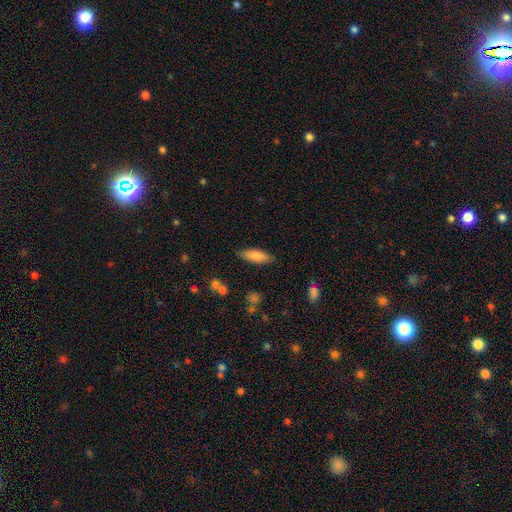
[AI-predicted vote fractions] This appears to be a smooth galaxy with no disk features (83%) that is in between round and cigar-shaped (65%). Merging: none (82%).